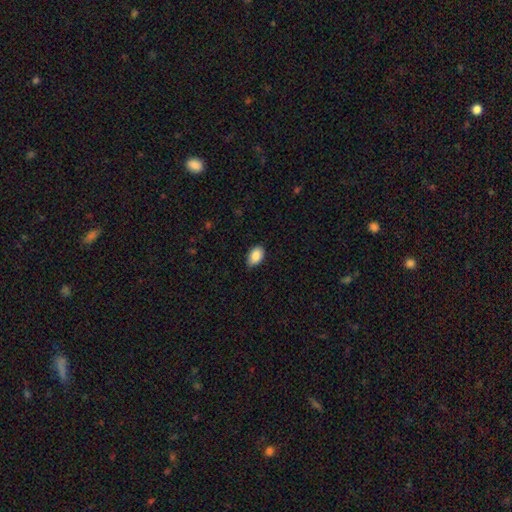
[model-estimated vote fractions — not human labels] A smooth galaxy with no disk features (87%) that is in between round and cigar-shaped (89%). Merging: none (79%).